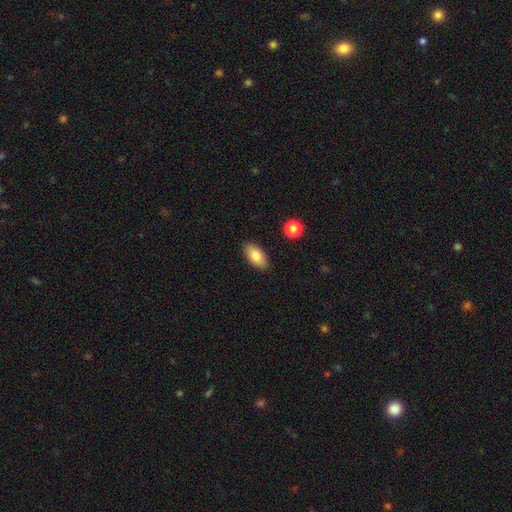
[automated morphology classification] Smooth or featured?
  - smooth: 82% *
  - featured or disk: 11%
  - star or artifact: 7%
How rounded?
  - in between: 92% *
  - cigar-shaped: 4%
  - round: 3%
Merging?
  - none: 88% *
  - minor disturbance: 9%
  - major disturbance: 2%
  - merger: 1%